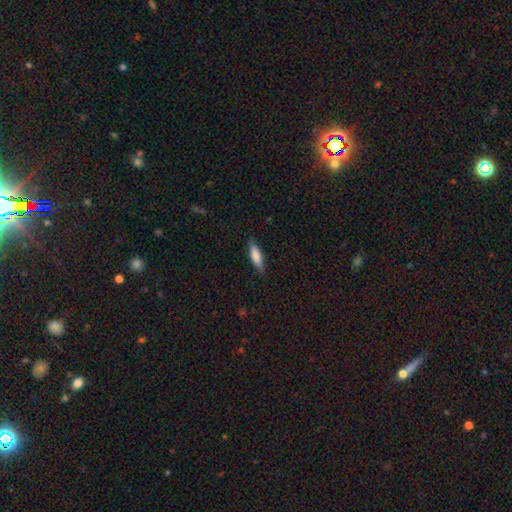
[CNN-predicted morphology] The model was most divided on "how rounded": cigar-shaped: 65%, in between: 33%, round: 2%. More confident: merging — none (84%); smooth or featured — smooth (75%).